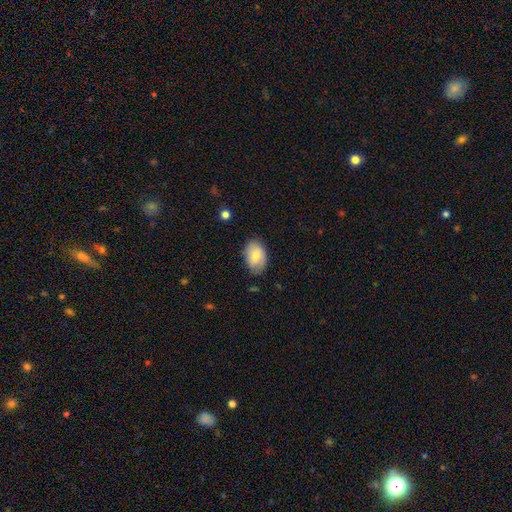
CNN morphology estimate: Smooth or featured?
  - smooth: 74% *
  - featured or disk: 18%
  - star or artifact: 7%
How rounded?
  - in between: 87% *
  - round: 11%
  - cigar-shaped: 1%
Merging?
  - none: 78% *
  - minor disturbance: 18%
  - major disturbance: 3%
  - merger: 1%